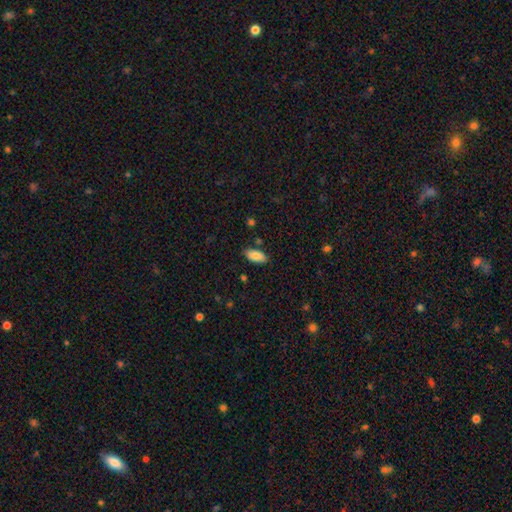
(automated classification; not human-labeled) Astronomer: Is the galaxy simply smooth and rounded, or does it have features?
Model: smooth — 87%.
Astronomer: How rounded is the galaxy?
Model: in between — 90%.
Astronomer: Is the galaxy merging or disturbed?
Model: none — 85%.